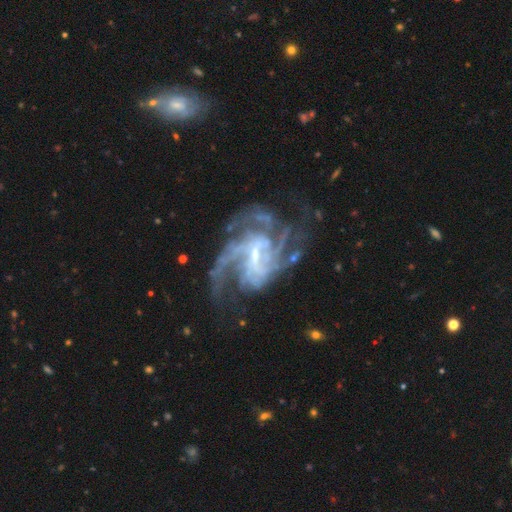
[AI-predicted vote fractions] This appears to be a featured or disk galaxy (90%) with a weak bar (51%), 4 (23%) medium (50%) spiral arms (96%) and a small central bulge (60%). Merging: none (58%).